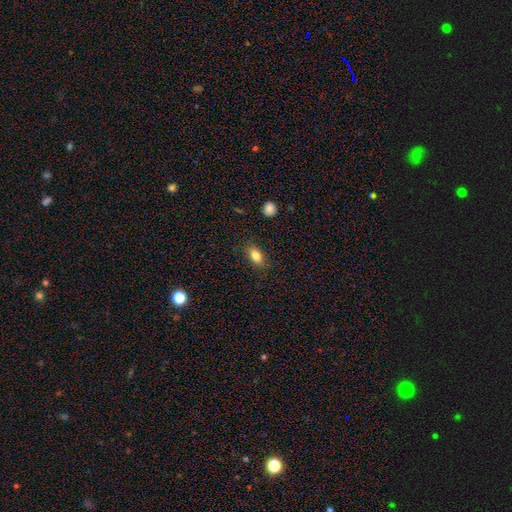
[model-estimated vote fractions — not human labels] Smooth or featured? smooth (82%)
How rounded? in between (86%)
Merging? none (86%)